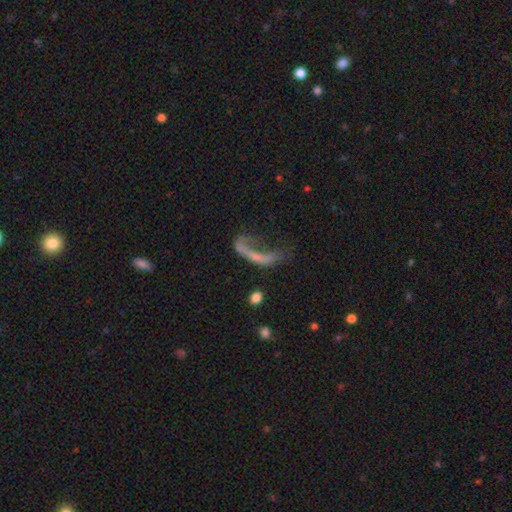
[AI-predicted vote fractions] The model was most divided on "smooth or featured": featured or disk: 47%, smooth: 38%, star or artifact: 15%. More confident: merging — major disturbance (52%).